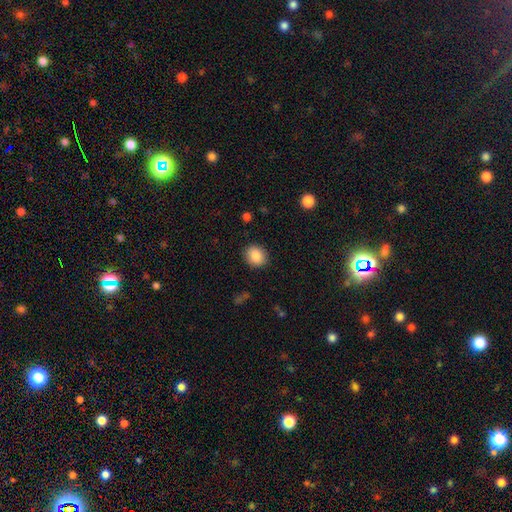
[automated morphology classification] Smooth or featured: smooth — 87% (star or artifact — 8%)
How rounded: round — 69% (in between — 30%)
Merging: none — 89% (minor disturbance — 8%)